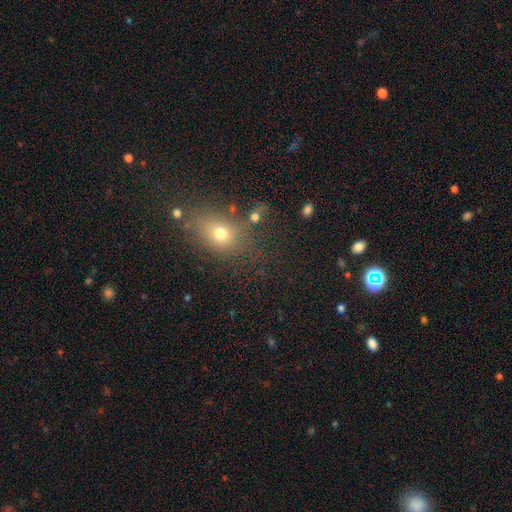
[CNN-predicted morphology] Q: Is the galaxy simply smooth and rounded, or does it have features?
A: smooth — 60%.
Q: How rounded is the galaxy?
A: in between — 56%.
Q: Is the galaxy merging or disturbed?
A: none — 78%.